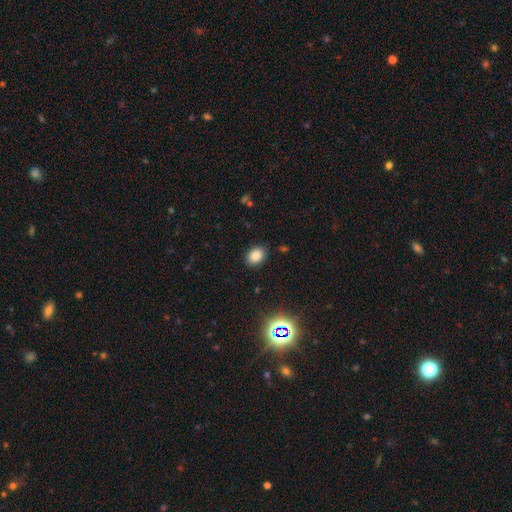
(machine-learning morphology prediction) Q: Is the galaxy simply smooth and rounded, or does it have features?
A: smooth — 84%.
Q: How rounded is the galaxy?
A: in between — 72%.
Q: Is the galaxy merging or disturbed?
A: none — 86%.